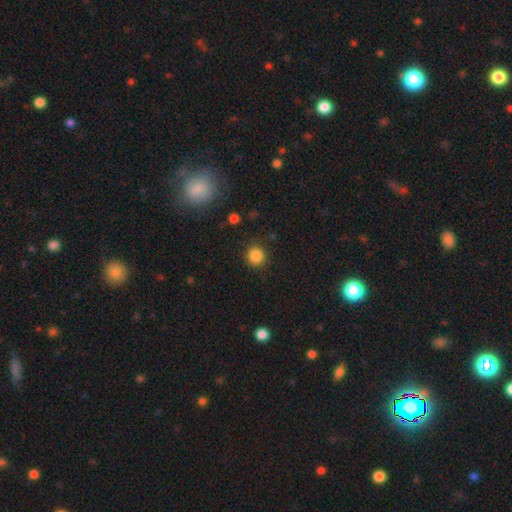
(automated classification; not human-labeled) A smooth galaxy with no disk features (86%) that is round (91%). Merging: none (88%).